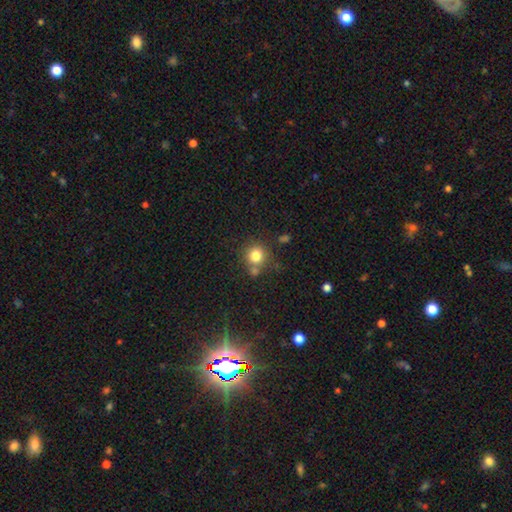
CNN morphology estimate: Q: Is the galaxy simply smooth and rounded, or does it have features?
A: smooth — 80%.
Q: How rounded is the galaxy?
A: round — 89%.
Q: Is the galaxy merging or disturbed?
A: none — 66%.